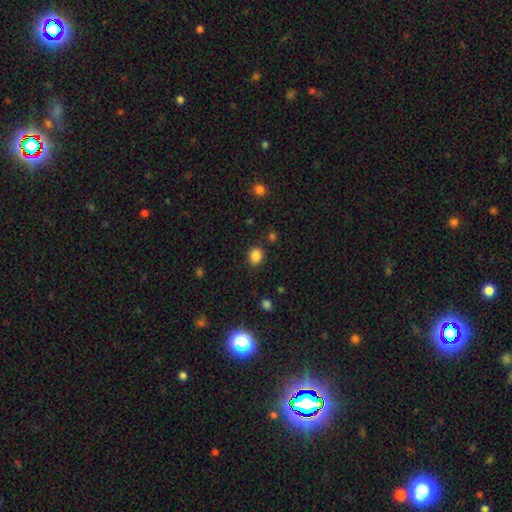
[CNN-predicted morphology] smooth-or-featured: smooth: 85% | star or artifact: 11% | featured or disk: 3%
  how-rounded: round: 72% | in between: 27% | cigar-shaped: 1%
  merging: none: 87% | minor disturbance: 8% | major disturbance: 3% | merger: 3%